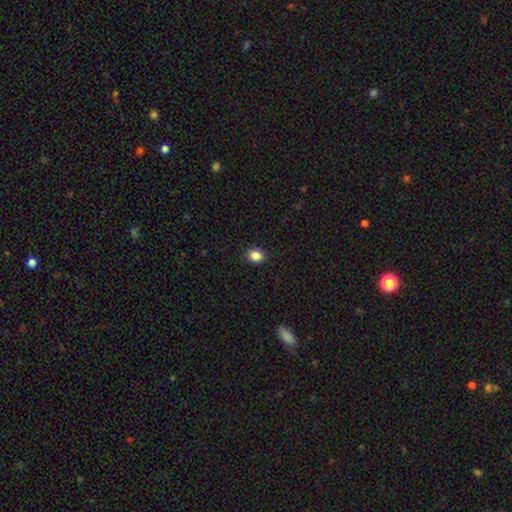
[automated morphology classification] A smooth galaxy with no disk features (86%) that is round (61%).

Vote fractions:
- Smooth or featured? smooth: 86% / star or artifact: 10% / featured or disk: 4%
- How rounded? round: 61% / in between: 38% / cigar-shaped: 1%
- Merging? none: 91% / minor disturbance: 7% / major disturbance: 2% / merger: 1%